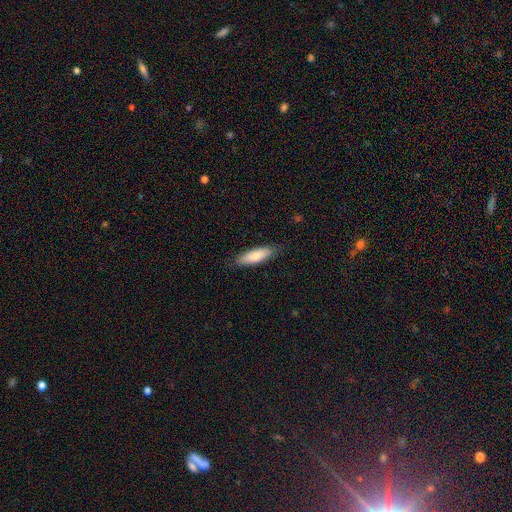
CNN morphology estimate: Smooth or featured? Predicted: smooth (p=0.79). How rounded? Predicted: cigar-shaped (p=0.53). Merging? Predicted: none (p=0.84).